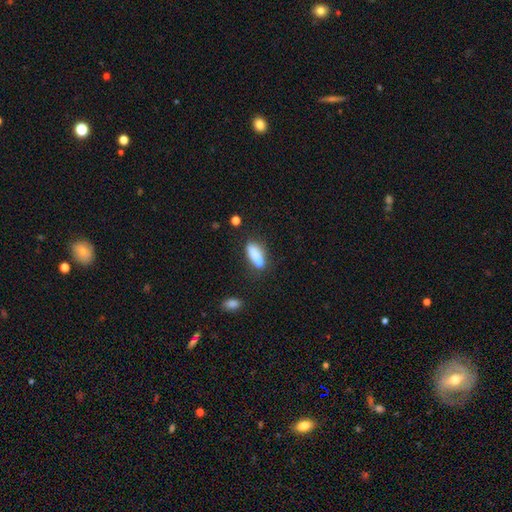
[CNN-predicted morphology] smooth-or-featured: smooth: 79% | featured or disk: 12% | star or artifact: 8%
  how-rounded: in between: 60% | cigar-shaped: 37% | round: 3%
  merging: none: 53% | minor disturbance: 20% | merger: 19% | major disturbance: 8%